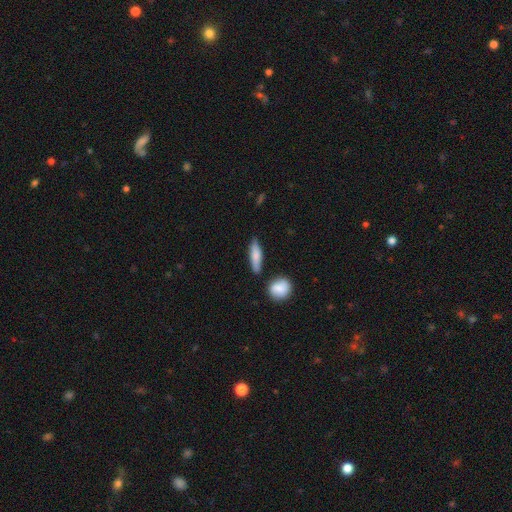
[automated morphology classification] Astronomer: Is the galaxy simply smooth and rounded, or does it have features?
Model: smooth — 77%.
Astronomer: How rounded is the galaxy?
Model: cigar-shaped — 57% (runner-up: in between, 39%).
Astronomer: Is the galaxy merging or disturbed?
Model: none — 74%.